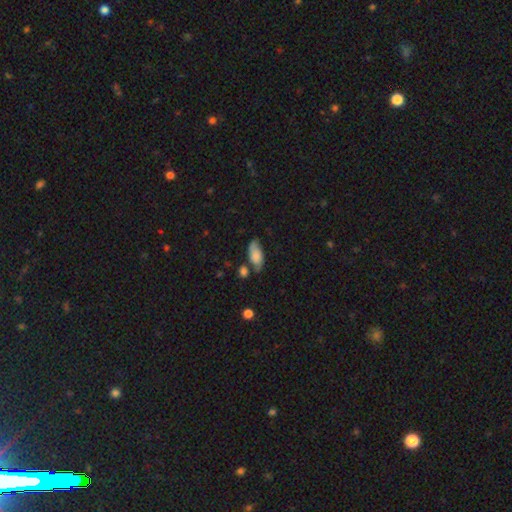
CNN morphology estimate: This appears to be a smooth galaxy with no disk features (61%) that is in between round and cigar-shaped (87%). Merging: none (53%).